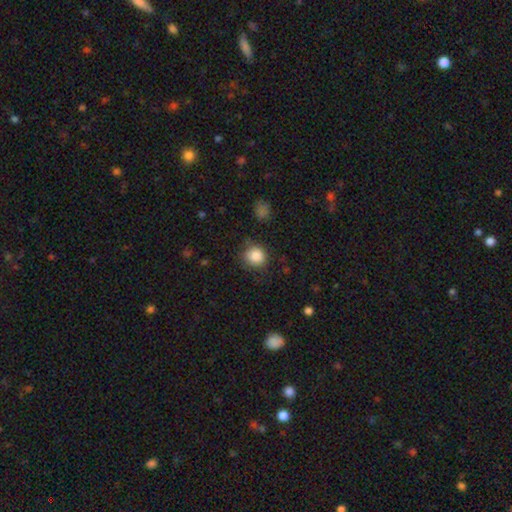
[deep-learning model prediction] Morphology: type=smooth (87%); roundness=round (89%); merging=none (81%).